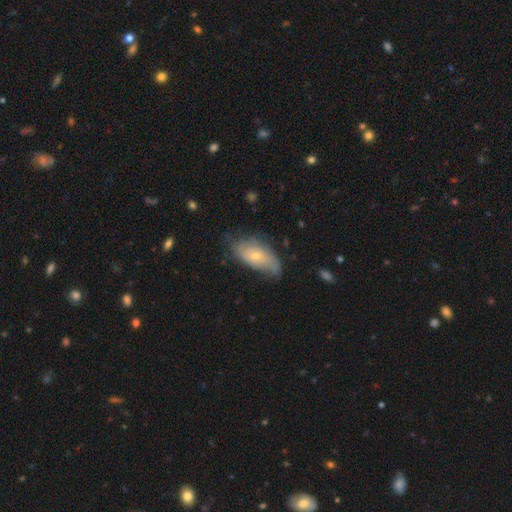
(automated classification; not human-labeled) Smooth or featured?
  - featured or disk: 48% *
  - smooth: 45%
  - star or artifact: 7%
Merging?
  - none: 53% *
  - minor disturbance: 33%
  - major disturbance: 13%
  - merger: 2%